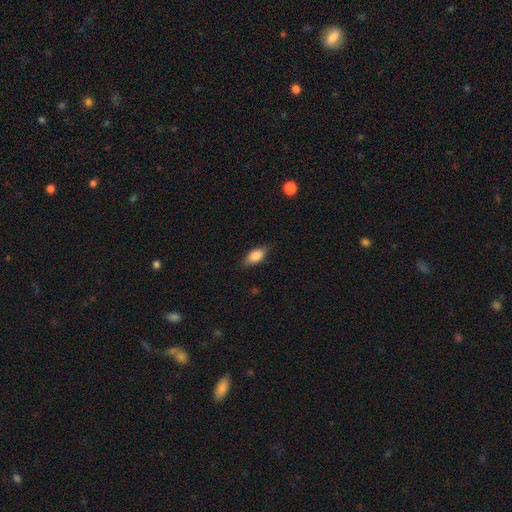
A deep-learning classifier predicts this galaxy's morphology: type=smooth (85%); roundness=in between (88%); merging=none (79%).